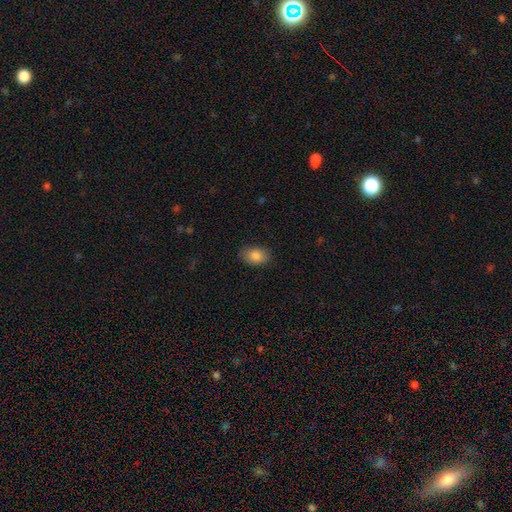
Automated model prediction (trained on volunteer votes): Morphology: type=smooth (86%); roundness=in between (84%); merging=none (84%).